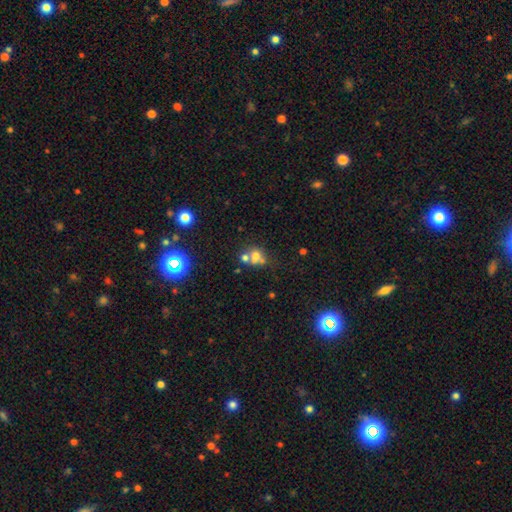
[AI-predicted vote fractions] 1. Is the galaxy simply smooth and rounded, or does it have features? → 58% smooth, 23% featured or disk, 19% star or artifact.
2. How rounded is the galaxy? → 73% round, 25% in between, 1% cigar-shaped.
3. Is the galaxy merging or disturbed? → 49% merger, 36% none, 9% minor disturbance, 6% major disturbance.